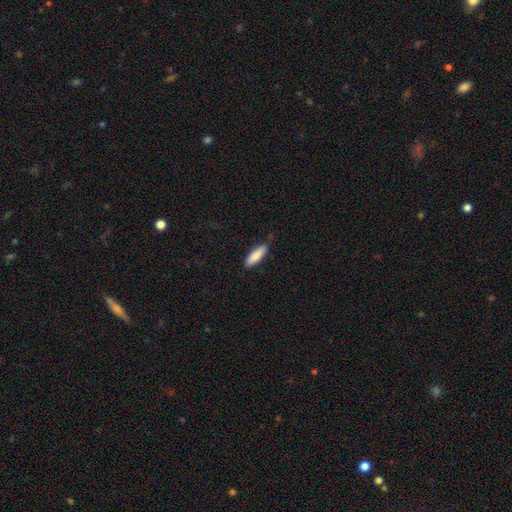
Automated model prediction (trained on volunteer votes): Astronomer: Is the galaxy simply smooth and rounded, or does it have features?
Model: smooth — 86%.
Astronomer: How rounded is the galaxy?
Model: cigar-shaped — 53% (runner-up: in between, 45%).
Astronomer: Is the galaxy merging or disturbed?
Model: none — 86%.